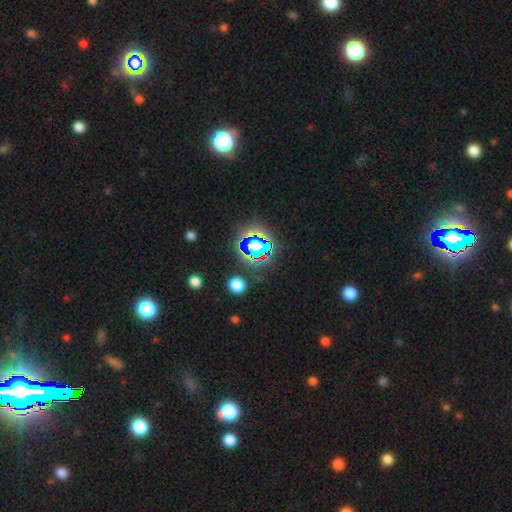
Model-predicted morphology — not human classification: A star or artifact, not a galaxy (80%).

Vote fractions:
- Smooth or featured? star or artifact: 80% / smooth: 13% / featured or disk: 7%